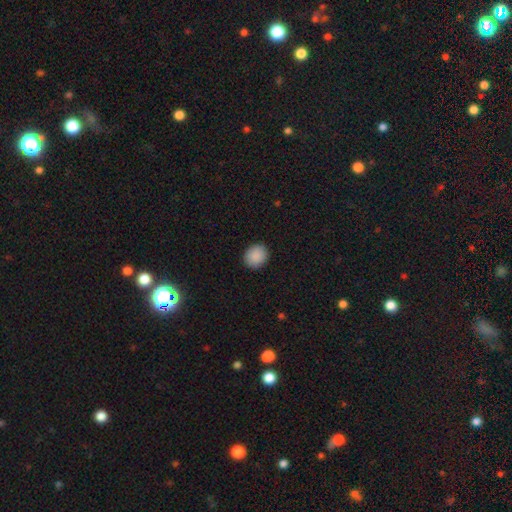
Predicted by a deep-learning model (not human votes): smooth-or-featured: smooth: 90% | star or artifact: 8% | featured or disk: 3%
  how-rounded: round: 74% | in between: 25% | cigar-shaped: 1%
  merging: none: 91% | minor disturbance: 7% | major disturbance: 2% | merger: 1%